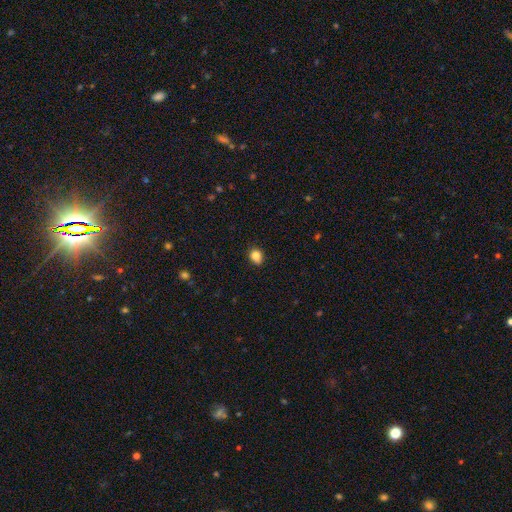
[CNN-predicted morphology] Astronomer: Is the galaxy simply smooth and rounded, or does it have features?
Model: smooth — 86%.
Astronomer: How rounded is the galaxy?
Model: round — 51% (runner-up: in between, 48%).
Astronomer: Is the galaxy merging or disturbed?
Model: none — 81%.